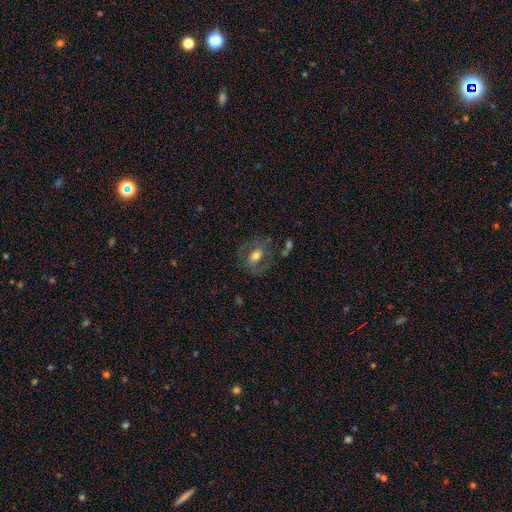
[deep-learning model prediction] The model was most divided on "smooth or featured": featured or disk: 52%, smooth: 39%, star or artifact: 8%. More confident: edge-on disk — no (94%); merging — none (70%).